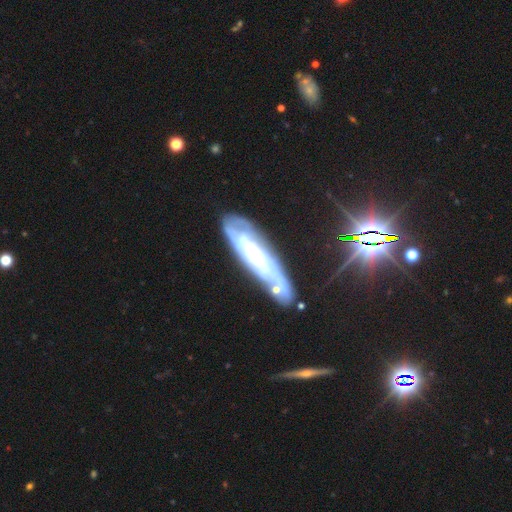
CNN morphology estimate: A featured or disk galaxy (63%). Merging: none (67%).